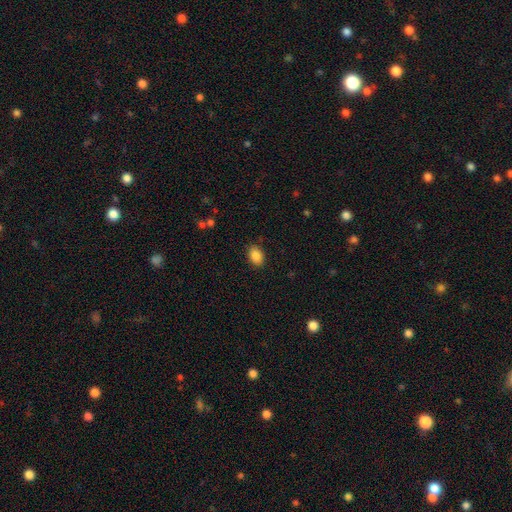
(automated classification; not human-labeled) The model was most divided on "how rounded": in between: 83%, round: 16%, cigar-shaped: 1%. More confident: merging — none (88%); smooth or featured — smooth (87%).